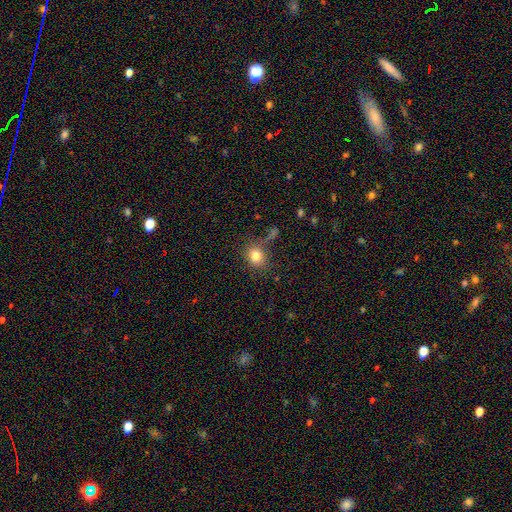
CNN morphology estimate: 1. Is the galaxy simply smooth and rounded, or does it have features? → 80% smooth, 12% star or artifact, 8% featured or disk.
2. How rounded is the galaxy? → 70% round, 29% in between, 1% cigar-shaped.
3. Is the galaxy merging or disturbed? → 71% none, 16% minor disturbance, 7% major disturbance, 6% merger.